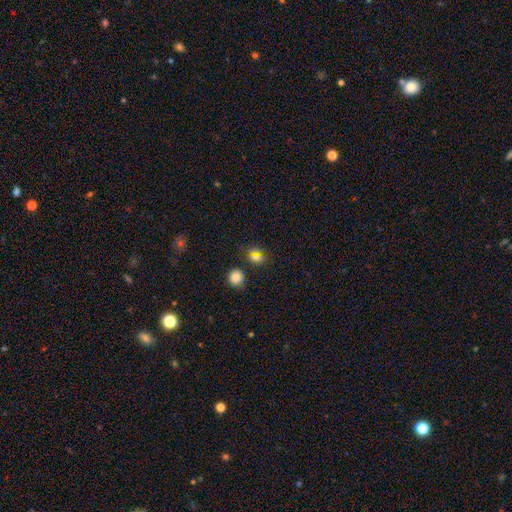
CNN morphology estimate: Smooth or featured? smooth (61%)
How rounded? round (62%)
Merging? none (81%)